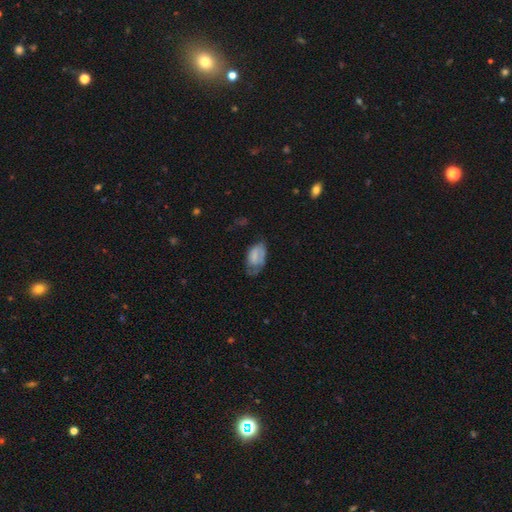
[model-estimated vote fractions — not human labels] Q: Smooth or featured?
A: smooth (59%); runner-up: featured or disk (33%)
Q: How rounded?
A: in between (91%); runner-up: round (7%)
Q: Merging?
A: none (38%); runner-up: minor disturbance (35%)